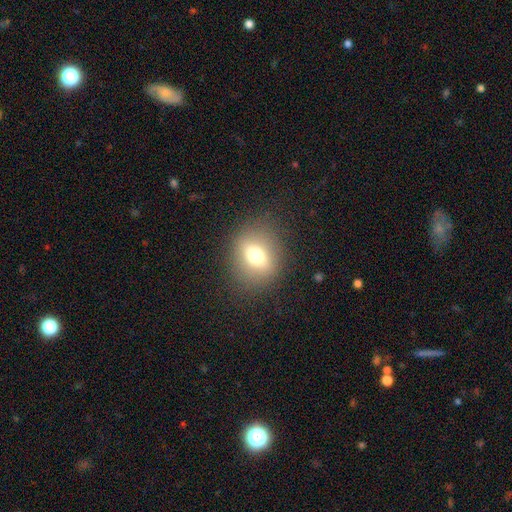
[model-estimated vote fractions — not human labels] Smooth or featured: smooth — 68% (featured or disk — 18%)
How rounded: round — 59% (in between — 39%)
Merging: none — 84% (minor disturbance — 10%)